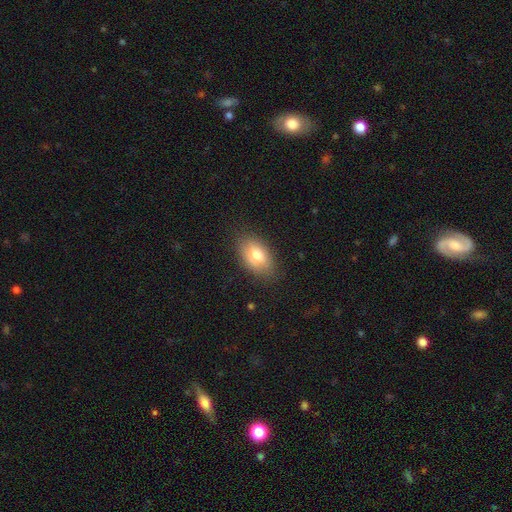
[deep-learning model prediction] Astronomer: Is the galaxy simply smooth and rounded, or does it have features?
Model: smooth — 74%.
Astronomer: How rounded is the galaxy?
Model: in between — 89%.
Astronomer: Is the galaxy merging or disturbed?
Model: none — 80%.